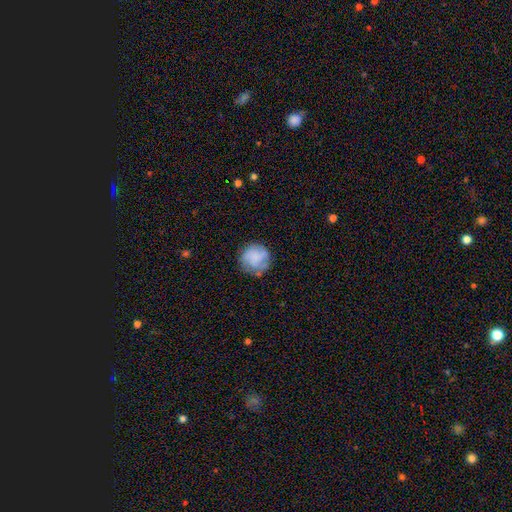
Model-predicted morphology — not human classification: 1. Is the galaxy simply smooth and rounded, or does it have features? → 58% smooth, 34% featured or disk, 8% star or artifact.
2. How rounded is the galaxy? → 89% round, 10% in between, 1% cigar-shaped.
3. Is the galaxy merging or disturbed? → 70% none, 19% minor disturbance, 8% major disturbance, 2% merger.